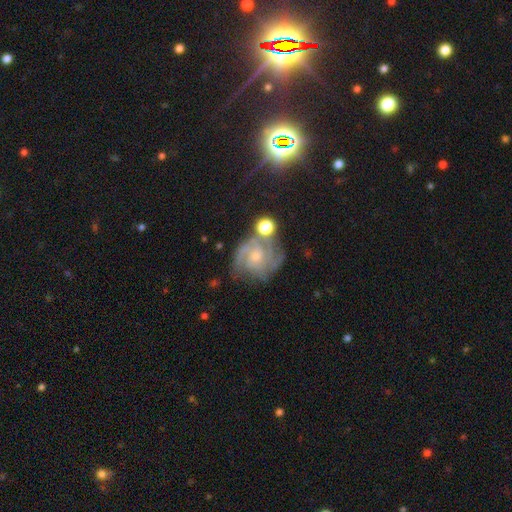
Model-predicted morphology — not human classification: featured or disk 82%, smooth 10%, star or artifact 7%. Down the decision tree: edge-on disk — no (98%); bar — no (69%); spiral arms — yes (96%); spiral arm count — 3 (34%); spiral winding — tight (55%); bulge size — small (54%); merging — none (59%).